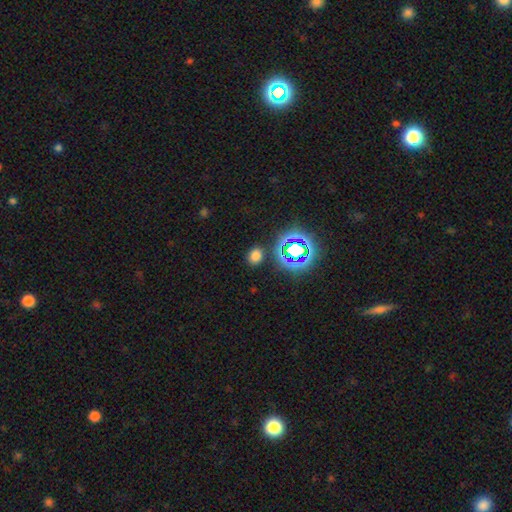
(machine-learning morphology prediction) Q: Smooth or featured?
A: smooth (68%); runner-up: star or artifact (26%)
Q: How rounded?
A: round (63%); runner-up: in between (36%)
Q: Merging?
A: none (86%); runner-up: minor disturbance (8%)